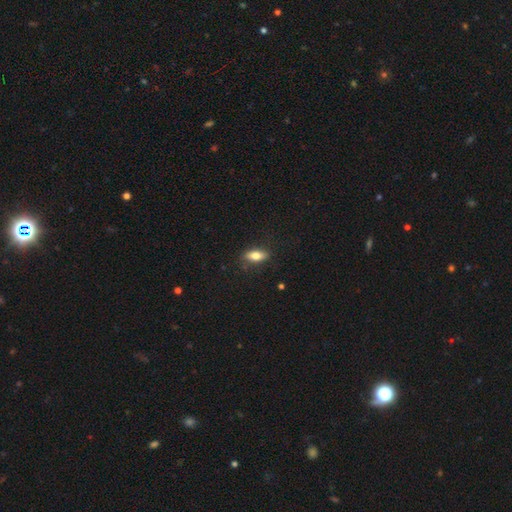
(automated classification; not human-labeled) The model was most divided on "smooth or featured": smooth: 74%, featured or disk: 18%, star or artifact: 7%. More confident: merging — none (81%); how rounded — in between (77%).